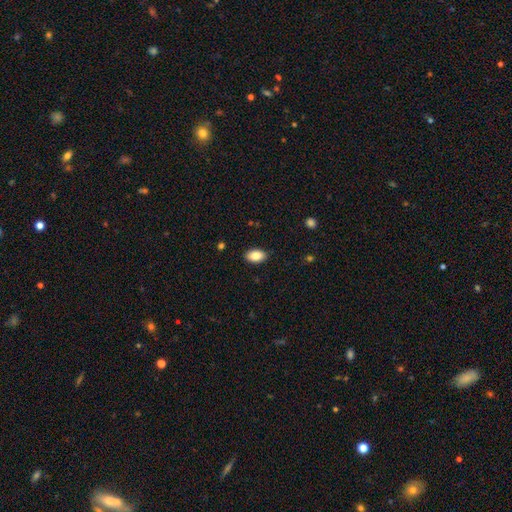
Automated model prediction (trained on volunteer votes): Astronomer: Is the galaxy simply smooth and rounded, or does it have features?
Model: smooth — 84%.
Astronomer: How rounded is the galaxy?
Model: in between — 92%.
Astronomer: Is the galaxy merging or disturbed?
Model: none — 89%.